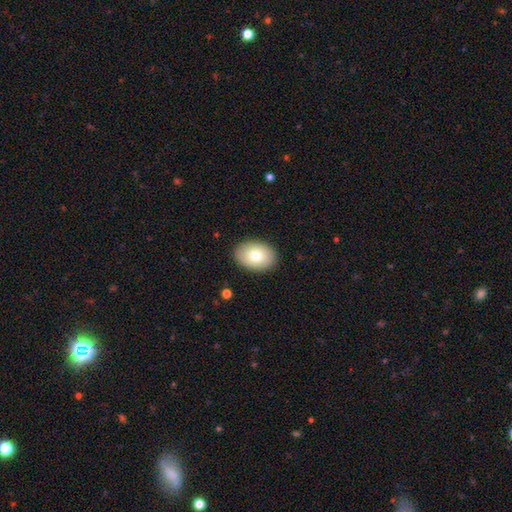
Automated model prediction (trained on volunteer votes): The model was most divided on "smooth or featured": smooth: 78%, featured or disk: 16%, star or artifact: 7%. More confident: merging — none (89%); how rounded — in between (81%).